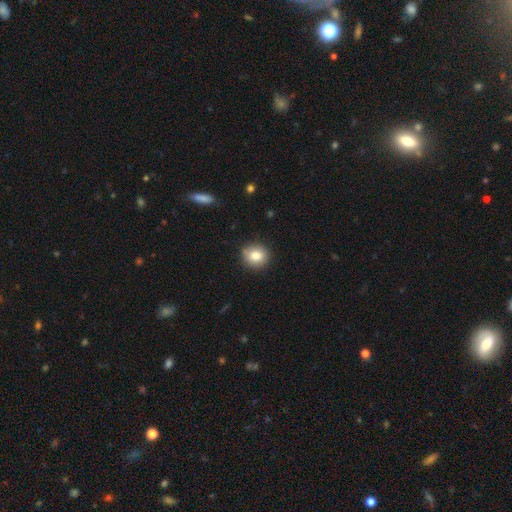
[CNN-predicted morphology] This is clearly a smooth galaxy (82%). How rounded: clearly round (84%). Merging: clearly none (86%).